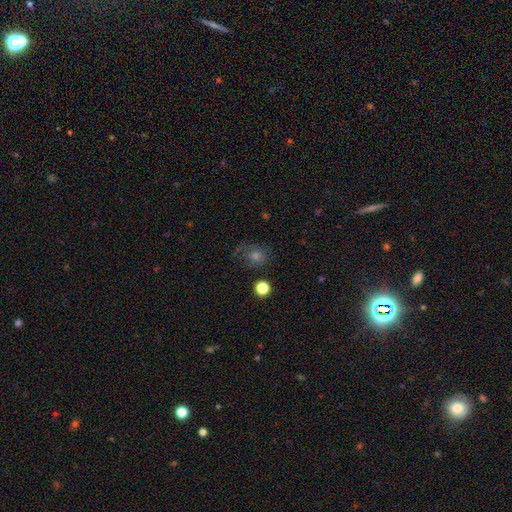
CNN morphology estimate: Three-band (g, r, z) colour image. It shows a smooth galaxy with no disk features (54%) that is round (66%). Merging: none (62%).